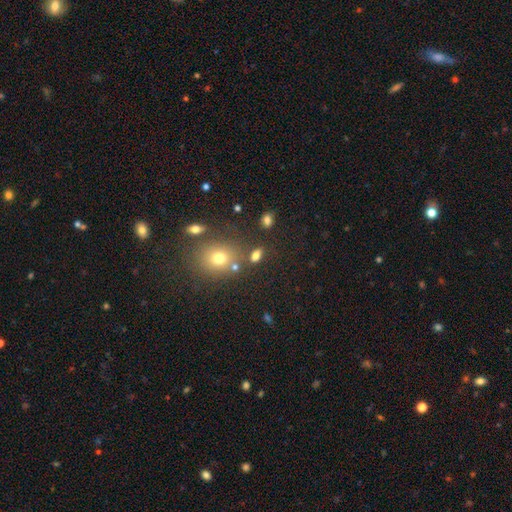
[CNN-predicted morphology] smooth 75%, star or artifact 15%, featured or disk 10%. Down the decision tree: how rounded — in between (75%); merging — none (71%).